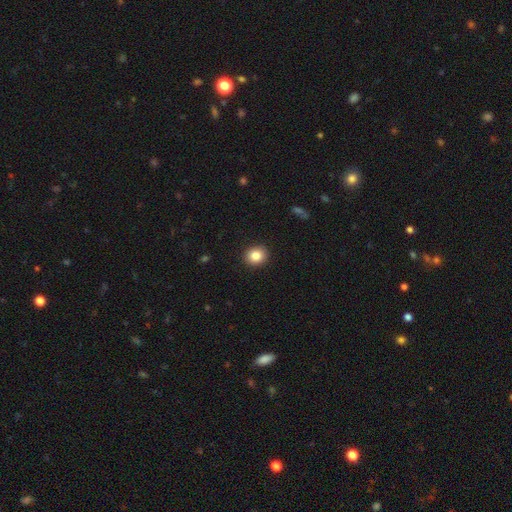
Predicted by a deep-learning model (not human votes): A smooth galaxy with no disk features (84%) that is round (79%). Merging: none (91%).